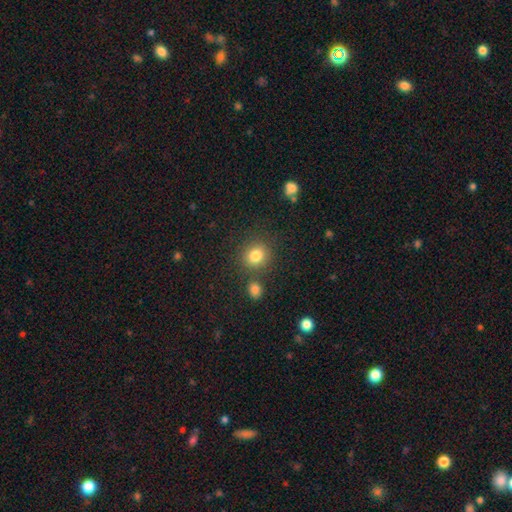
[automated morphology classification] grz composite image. It shows a smooth galaxy with no disk features (82%) that is round (79%). Merging: none (78%).